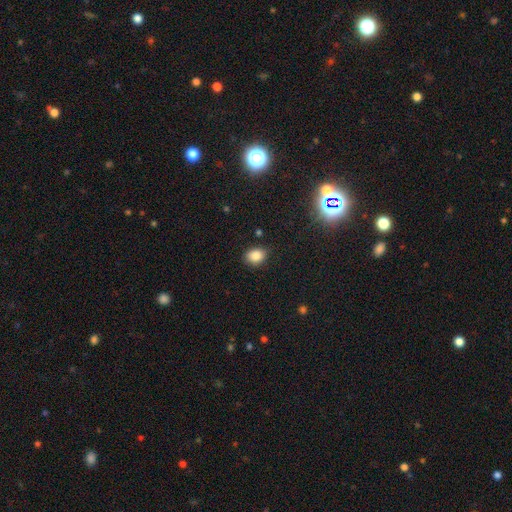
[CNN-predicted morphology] Smooth or featured?
  - smooth: 83% *
  - star or artifact: 11%
  - featured or disk: 5%
How rounded?
  - in between: 56% *
  - round: 43%
  - cigar-shaped: 1%
Merging?
  - none: 82% *
  - minor disturbance: 14%
  - major disturbance: 3%
  - merger: 2%